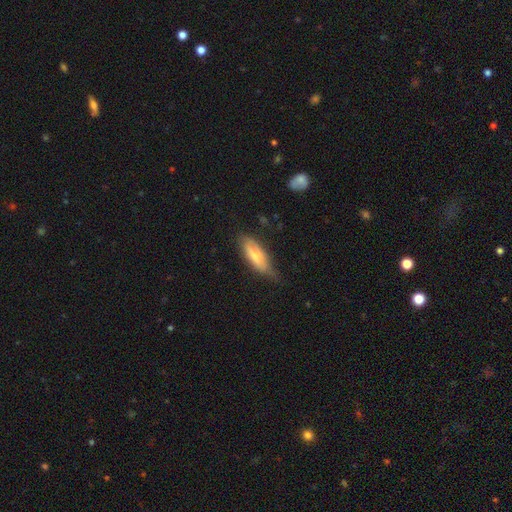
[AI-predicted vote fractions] Smooth or featured: smooth — 66% (featured or disk — 27%)
How rounded: in between — 58% (cigar-shaped — 40%)
Merging: none — 56% (minor disturbance — 33%)